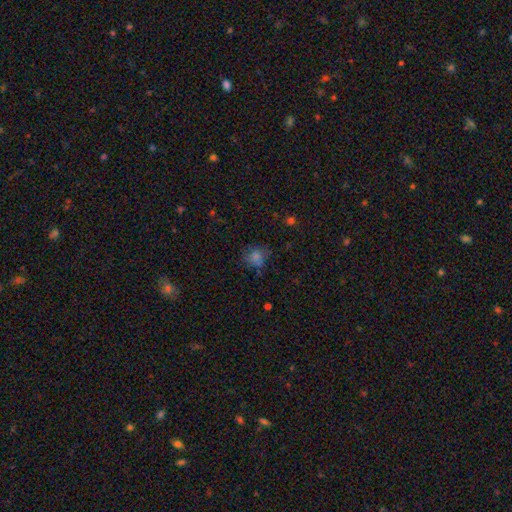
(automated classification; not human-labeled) Morphology: type=smooth (68%); roundness=round (81%); merging=none (73%).